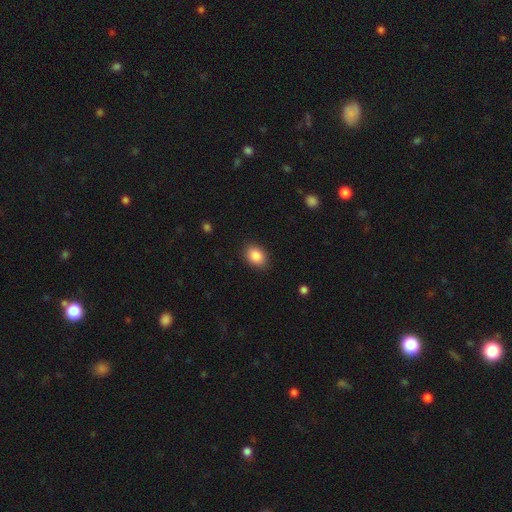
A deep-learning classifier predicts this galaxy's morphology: A smooth galaxy with no disk features (87%) that is in between round and cigar-shaped (72%).

Vote fractions:
- Smooth or featured? smooth: 87% / star or artifact: 8% / featured or disk: 5%
- How rounded? in between: 72% / round: 27% / cigar-shaped: 1%
- Merging? none: 87% / minor disturbance: 9% / major disturbance: 2% / merger: 1%